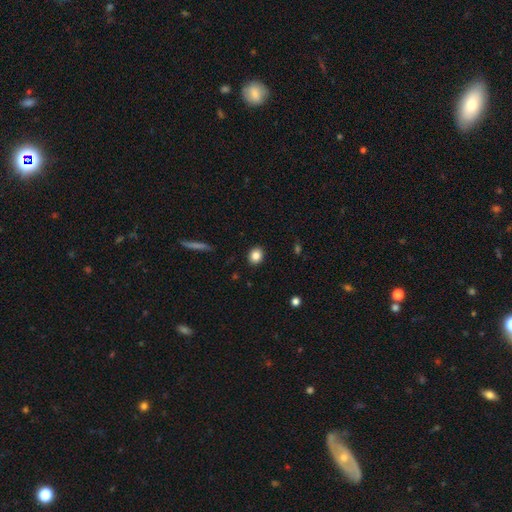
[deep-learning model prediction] Smooth or featured: smooth — 85% (star or artifact — 9%)
How rounded: round — 62% (in between — 36%)
Merging: none — 90% (minor disturbance — 7%)